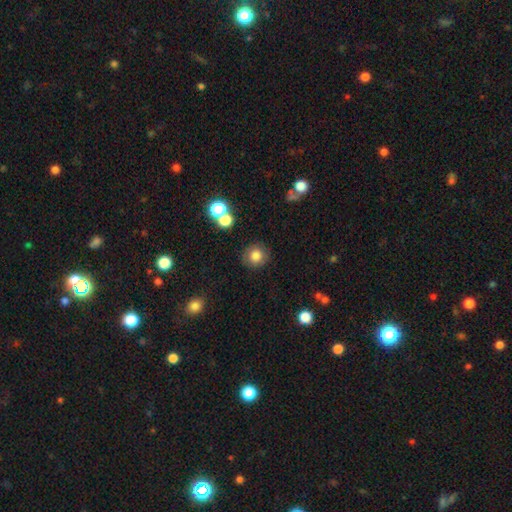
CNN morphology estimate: Q: Smooth or featured?
A: smooth (82%); runner-up: star or artifact (12%)
Q: How rounded?
A: round (91%); runner-up: in between (8%)
Q: Merging?
A: none (86%); runner-up: minor disturbance (8%)